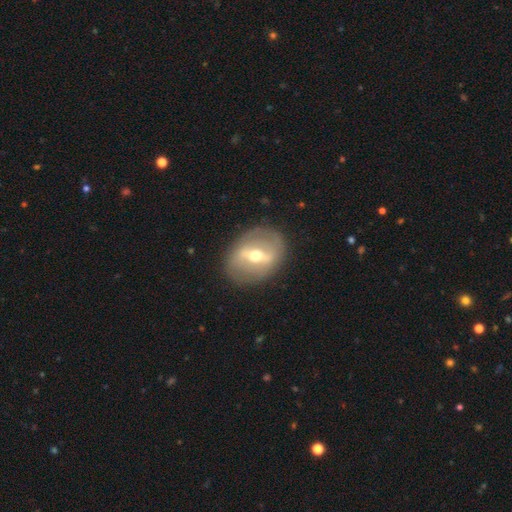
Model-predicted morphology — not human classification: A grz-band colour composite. It shows a featured or disk galaxy (71%) with a strong bar (64%), no spiral arms (68%) and a moderate central bulge (71%). Merging: none (83%).